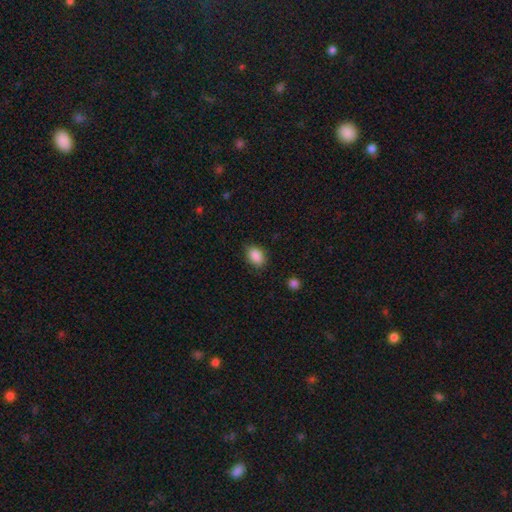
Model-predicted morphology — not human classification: Overall: smooth (88%). How rounded: in between (80%). Merging: none (82%).